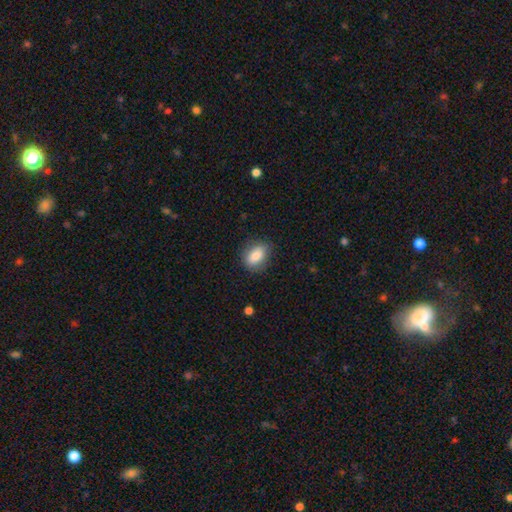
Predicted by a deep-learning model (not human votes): smooth 82%, featured or disk 10%, star or artifact 8%. Down the decision tree: how rounded — in between (81%); merging — none (82%).